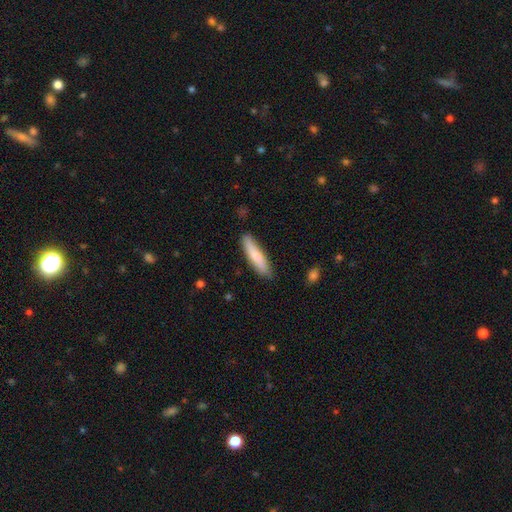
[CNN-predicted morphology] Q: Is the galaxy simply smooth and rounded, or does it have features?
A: smooth — 77%.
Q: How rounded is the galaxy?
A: cigar-shaped — 81%.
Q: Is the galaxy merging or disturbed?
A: none — 84%.